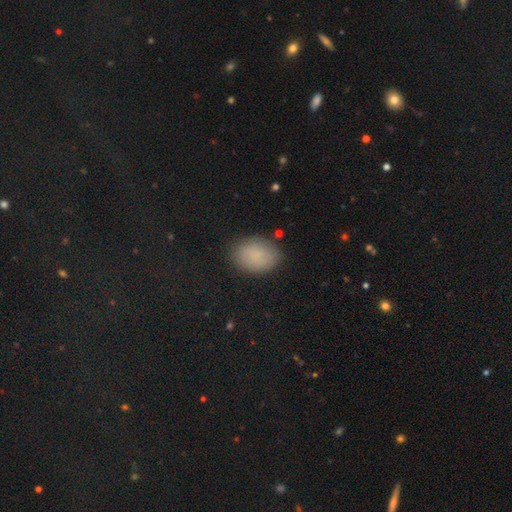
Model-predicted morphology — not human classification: A smooth galaxy with no disk features (86%) that is in between round and cigar-shaped (79%). Merging: none (85%).